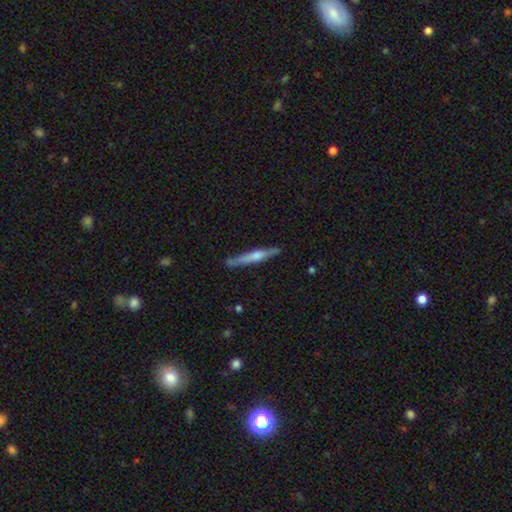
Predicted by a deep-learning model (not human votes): Morphology: type=featured or disk (69%); edge-on=yes (96%); edge-on bulge=rounded (81%); merging=none (86%).